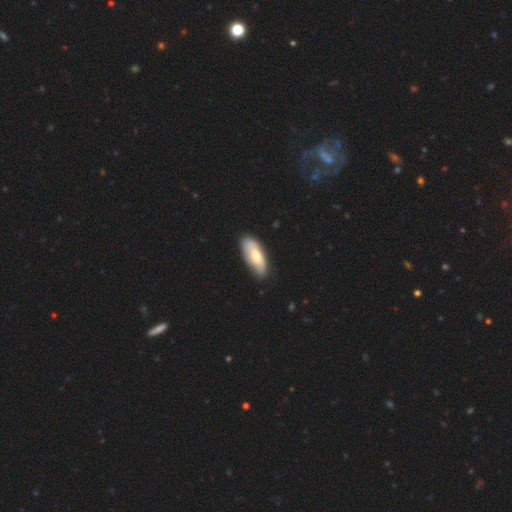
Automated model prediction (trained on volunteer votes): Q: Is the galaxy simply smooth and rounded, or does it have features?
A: smooth — 58%.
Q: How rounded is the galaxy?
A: in between — 79%.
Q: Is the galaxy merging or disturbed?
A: none — 73%.